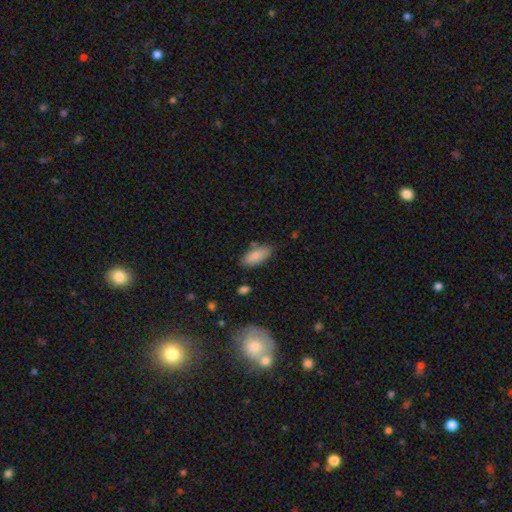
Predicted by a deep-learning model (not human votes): Smooth or featured?
  - smooth: 87% *
  - featured or disk: 7%
  - star or artifact: 7%
How rounded?
  - in between: 86% *
  - cigar-shaped: 13%
  - round: 2%
Merging?
  - none: 78% *
  - minor disturbance: 15%
  - merger: 4%
  - major disturbance: 3%